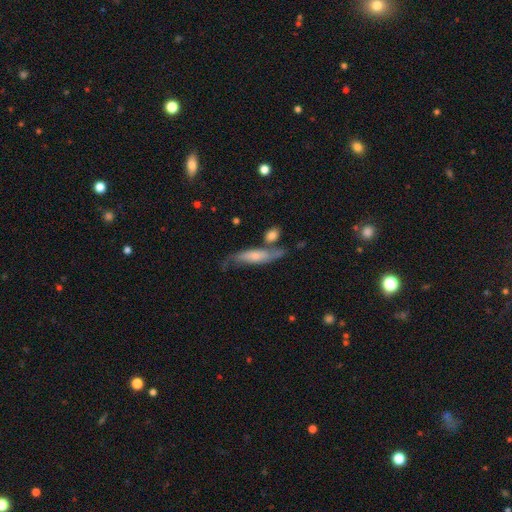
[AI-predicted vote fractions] Overall: featured or disk (51%; smooth 42%). Edge-on disk: no (58%; yes 42%). Merging: none (51%; minor disturbance 22%).